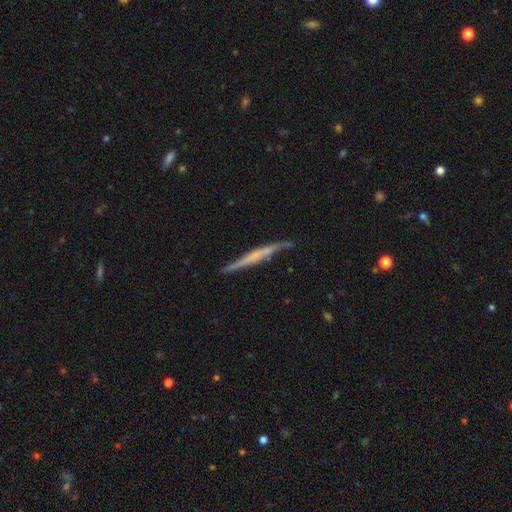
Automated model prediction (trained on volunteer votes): A featured or disk galaxy (66%) viewed edge-on (92%) with no central bulge (60%). Merging: none (71%).